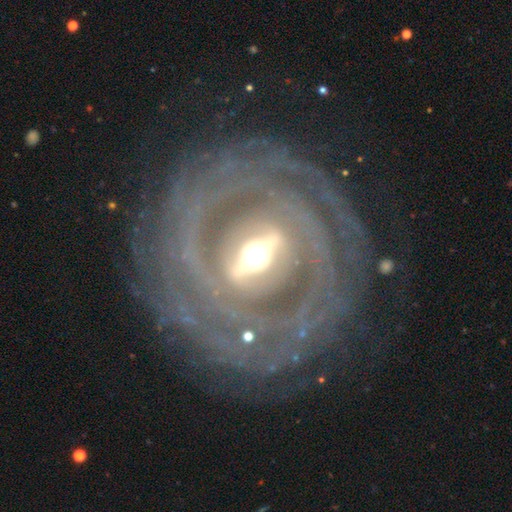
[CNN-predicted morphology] This is clearly a featured or disk galaxy (90%). It is clearly not viewed edge-on (90%). Bar: likely strong (70%). Spiral arm pattern: clearly yes (87%). Spiral arm count: marginally can't tell (36%). Spiral winding: clearly tight (81%). Central bulge: likely moderate (64%). Merging: clearly none (82%).